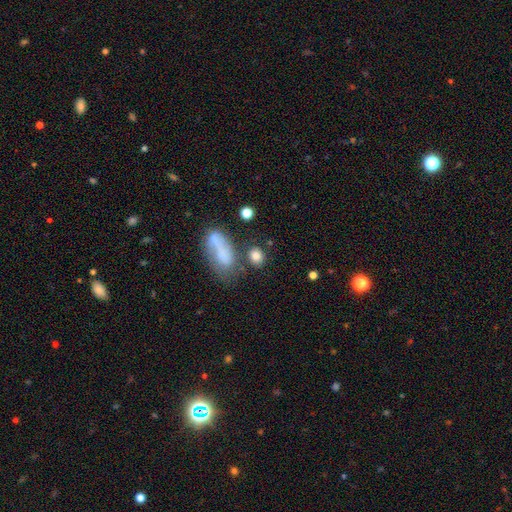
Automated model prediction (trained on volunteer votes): Smooth or featured?
  - smooth: 82% *
  - star or artifact: 10%
  - featured or disk: 8%
How rounded?
  - round: 56% *
  - in between: 39%
  - cigar-shaped: 5%
Merging?
  - none: 68% *
  - merger: 13%
  - minor disturbance: 13%
  - major disturbance: 7%